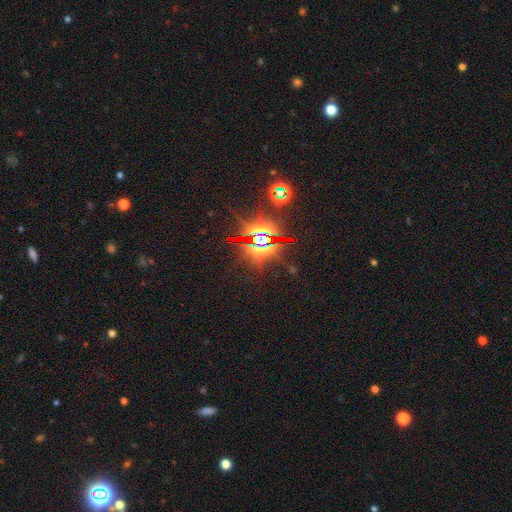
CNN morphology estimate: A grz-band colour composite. It shows a star or artifact, not a galaxy (83%).